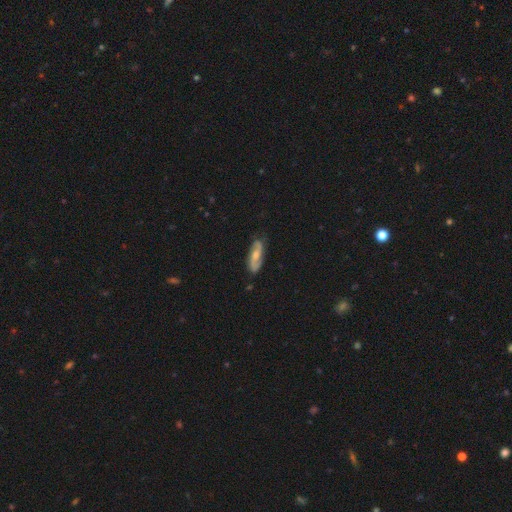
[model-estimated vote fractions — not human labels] A featured or disk galaxy (69%) with no bar (48%), 2 (88%) medium (44%) spiral arms (93%) and a moderate central bulge (54%).

Vote fractions:
- Smooth or featured? featured or disk: 69% / smooth: 25% / star or artifact: 5%
- Edge-on disk? no: 90% / yes: 10%
- Bar? no: 48% / weak: 40% / strong: 12%
- Spiral arms? yes: 93% / no: 7%
- Spiral winding? medium: 44% / loose: 34% / tight: 22%
- Spiral arm count? 2: 88% / can't tell: 7% / 1: 2% / 3: 1% / 4: 1% / more than 4: 1%
- Bulge size? moderate: 54% / small: 31% / none: 7% / large: 7% / dominant: 1%
- Merging? none: 79% / minor disturbance: 16% / major disturbance: 4% / merger: 2%